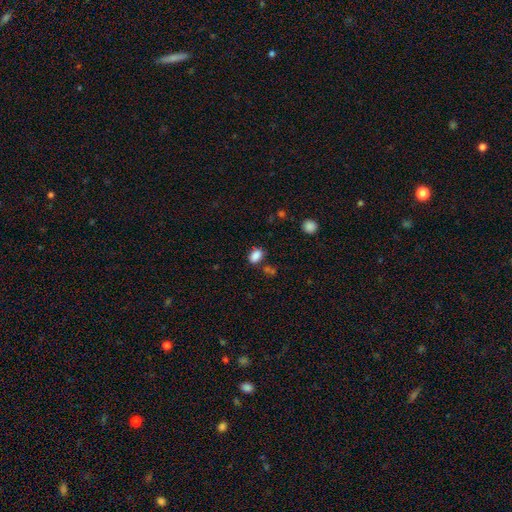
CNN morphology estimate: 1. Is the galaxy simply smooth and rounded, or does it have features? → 86% smooth, 10% star or artifact, 4% featured or disk.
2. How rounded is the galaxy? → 83% in between, 15% round, 2% cigar-shaped.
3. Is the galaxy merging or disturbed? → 76% none, 14% minor disturbance, 6% merger, 4% major disturbance.